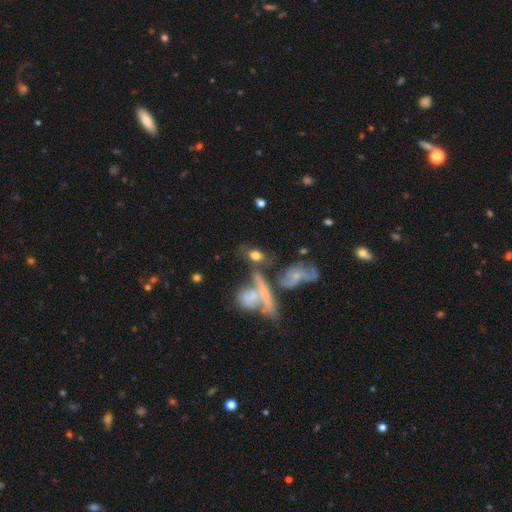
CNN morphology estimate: This is likely a smooth galaxy (66%). How rounded: likely in between (70%). Merging: possibly none (47%).